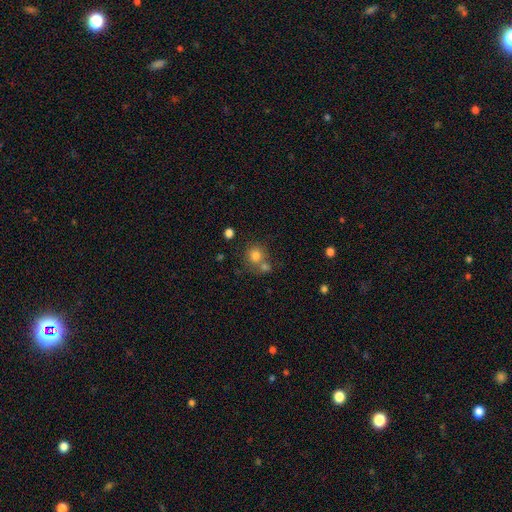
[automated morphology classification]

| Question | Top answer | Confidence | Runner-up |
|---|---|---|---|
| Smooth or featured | smooth | 79% | star or artifact (12%) |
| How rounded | round | 85% | in between (14%) |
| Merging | none | 54% | merger (32%) |